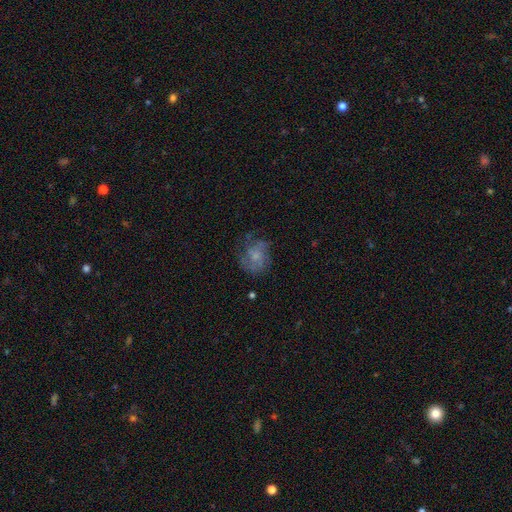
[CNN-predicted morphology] Smooth or featured? Predicted: featured or disk (p=0.56). Edge-on disk? Predicted: no (p=0.98). Bar? Predicted: no (p=0.80). Spiral arms? Predicted: yes (p=0.77). Bulge size? Predicted: small (p=0.54). Merging? Predicted: none (p=0.61).